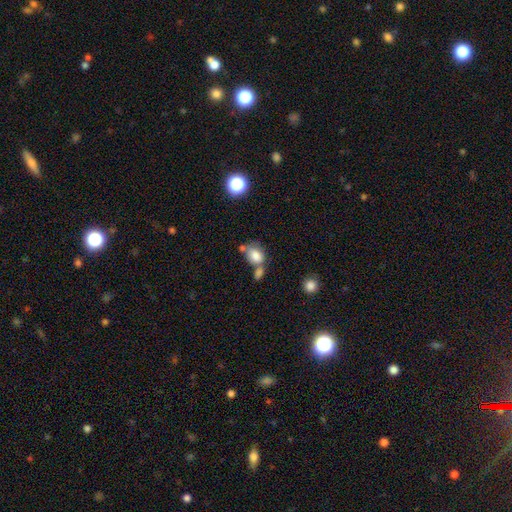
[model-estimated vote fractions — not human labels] Smooth or featured?
  - smooth: 78% *
  - featured or disk: 12%
  - star or artifact: 9%
How rounded?
  - in between: 67% *
  - round: 32%
  - cigar-shaped: 1%
Merging?
  - merger: 43% *
  - none: 33%
  - minor disturbance: 15%
  - major disturbance: 8%